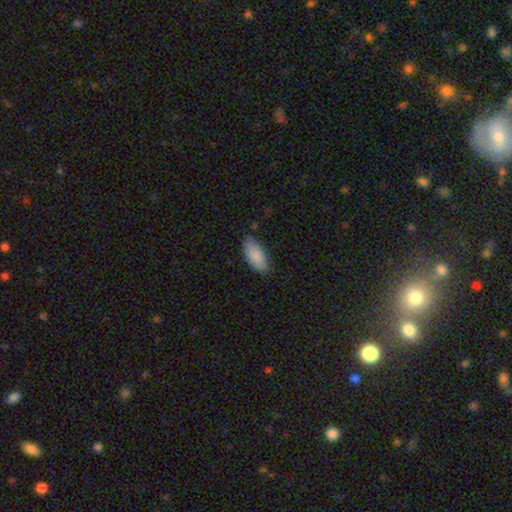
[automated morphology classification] A smooth galaxy with no disk features (88%) that is in between round and cigar-shaped (89%).

Vote fractions:
- Smooth or featured? smooth: 88% / featured or disk: 7% / star or artifact: 6%
- How rounded? in between: 89% / cigar-shaped: 9% / round: 2%
- Merging? none: 81% / minor disturbance: 15% / major disturbance: 3% / merger: 1%